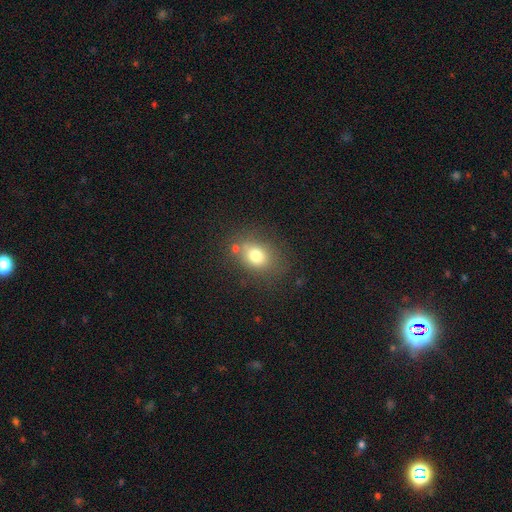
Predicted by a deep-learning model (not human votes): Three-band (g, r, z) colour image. It shows a smooth galaxy with no disk features (76%) that is in between round and cigar-shaped (57%). Merging: none (68%).